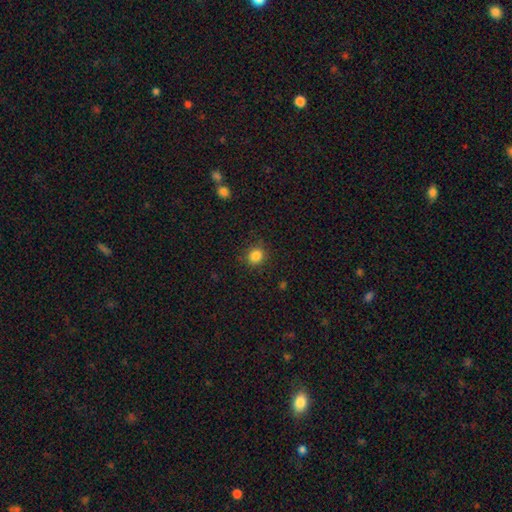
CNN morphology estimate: Smooth or featured? Predicted: smooth (p=0.85). How rounded? Predicted: round (p=0.78). Merging? Predicted: none (p=0.87).